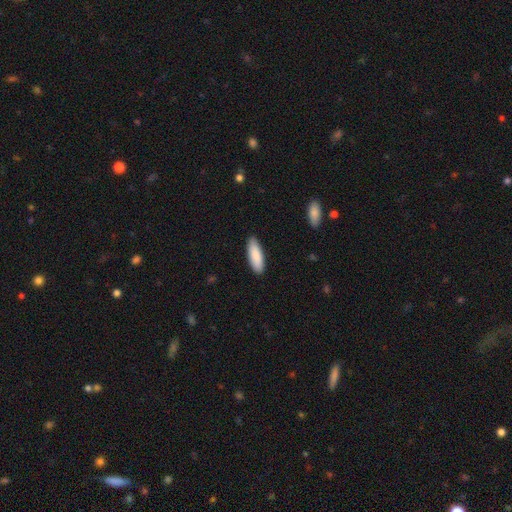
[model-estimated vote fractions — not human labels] This appears to be a smooth galaxy with no disk features (88%) that is in between round and cigar-shaped (59%). Merging: none (89%).